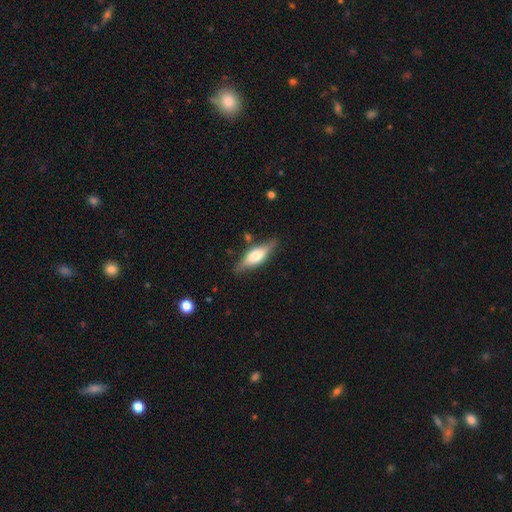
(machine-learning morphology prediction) Smooth or featured? featured or disk (47%, tied with smooth)
Merging? none (79%)